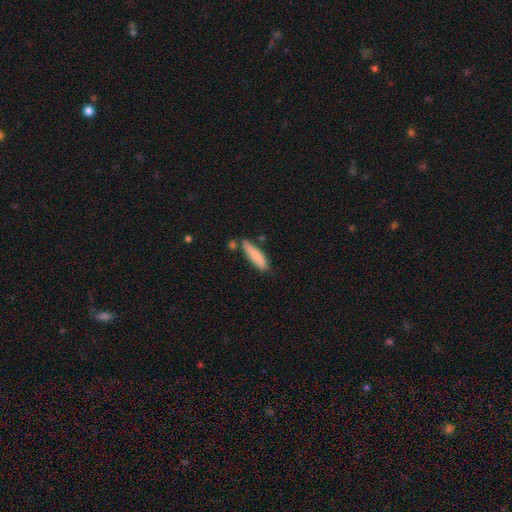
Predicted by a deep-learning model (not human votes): Smooth or featured? Predicted: smooth (p=0.81). How rounded? Predicted: cigar-shaped (p=0.67). Merging? Predicted: none (p=0.70).